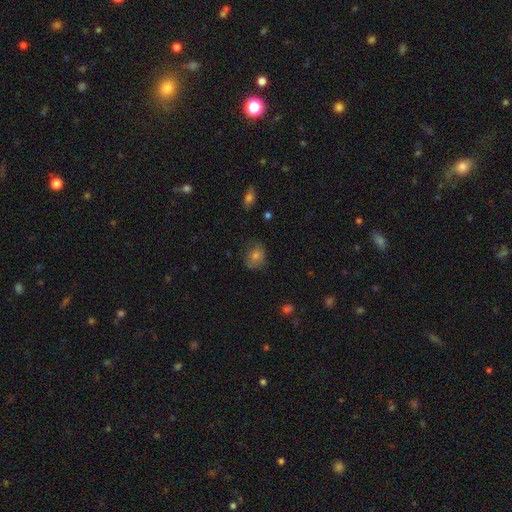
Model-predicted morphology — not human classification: type=smooth (71%); roundness=round (56%); merging=none (68%).